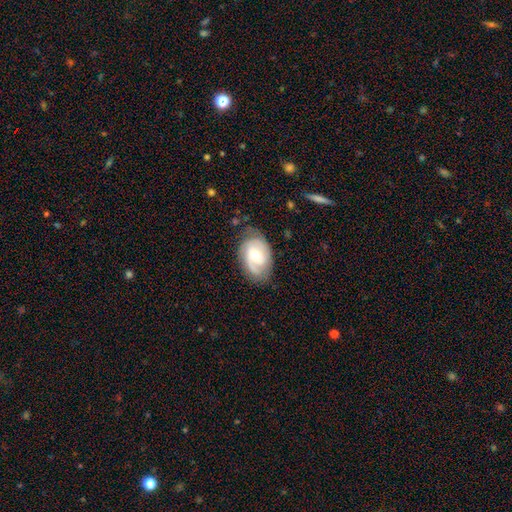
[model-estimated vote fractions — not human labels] featured or disk 68%, smooth 25%, star or artifact 6%. Down the decision tree: edge-on disk — no (95%); bar — no (61%); spiral arms — yes (87%); spiral arm count — 2 (56%); spiral winding — tight (49%); bulge size — moderate (58%); merging — none (70%).